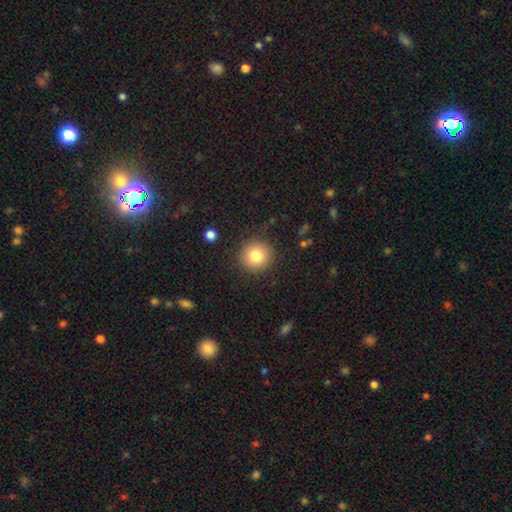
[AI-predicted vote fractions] This appears to be a smooth galaxy with no disk features (81%) that is round (93%). Merging: none (89%).